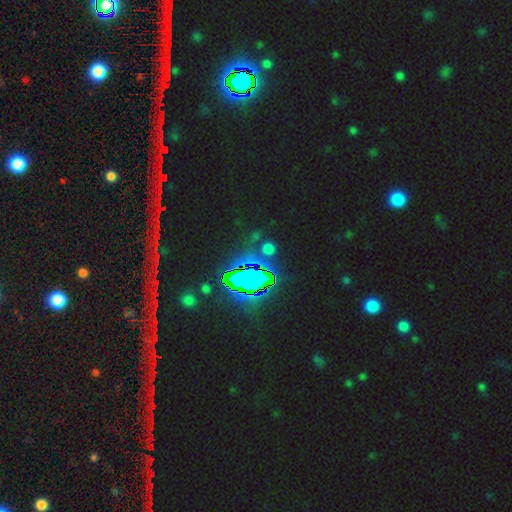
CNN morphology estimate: star or artifact 84%, smooth 8%, featured or disk 7%.